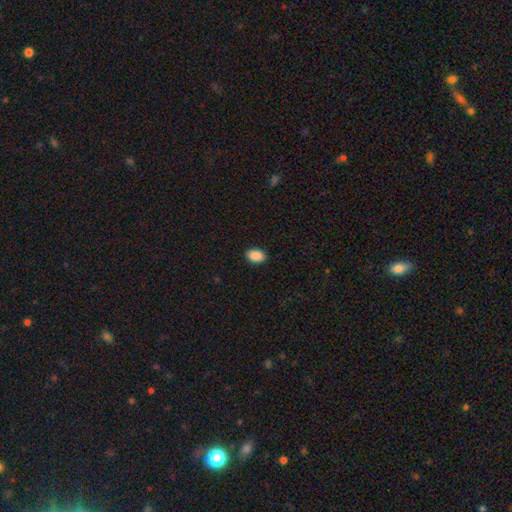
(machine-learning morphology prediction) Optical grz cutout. It shows a smooth galaxy with no disk features (90%) that is in between round and cigar-shaped (87%). Merging: none (89%).